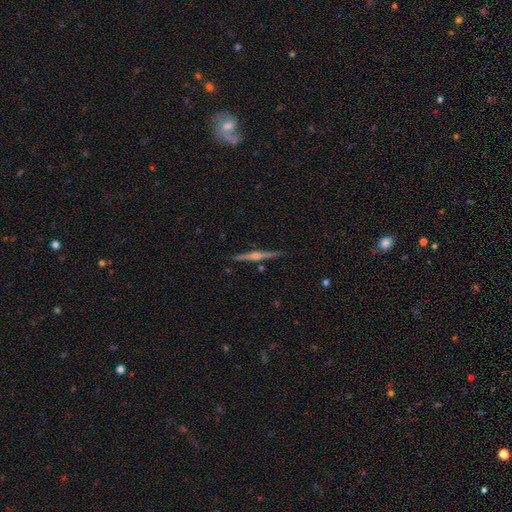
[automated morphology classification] smooth_or_featured: featured or disk (p=0.80) [alt: smooth p=0.15]
disk_edge_on: yes (p=0.99) [alt: no p=0.01]
edge_on_bulge: rounded (p=0.82) [alt: none p=0.09]
merging: none (p=0.91) [alt: minor disturbance p=0.06]